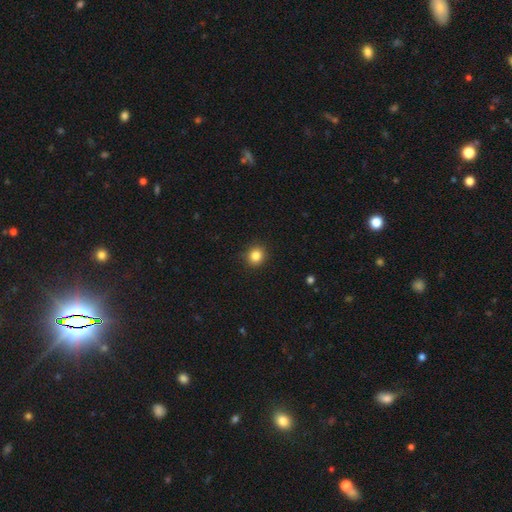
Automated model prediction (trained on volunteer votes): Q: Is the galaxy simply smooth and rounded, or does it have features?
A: smooth — 84%.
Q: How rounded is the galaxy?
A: round — 89%.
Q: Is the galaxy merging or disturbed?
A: none — 90%.